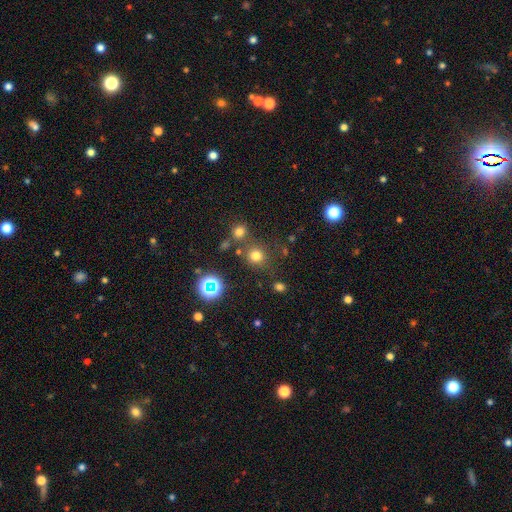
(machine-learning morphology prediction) Smooth or featured? Predicted: smooth (p=0.71). How rounded? Predicted: round (p=0.90). Merging? Predicted: none (p=0.75).